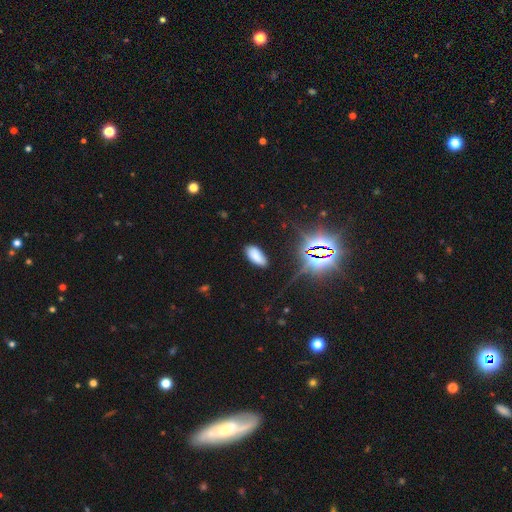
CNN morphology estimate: This is likely a smooth galaxy (77%). How rounded: clearly in between (89%). Merging: clearly none (84%).